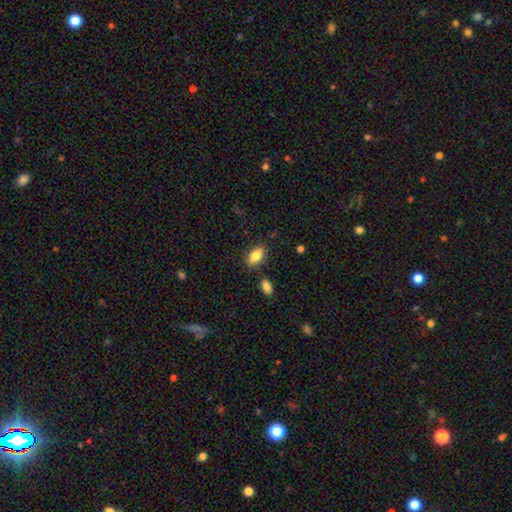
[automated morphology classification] A smooth galaxy with no disk features (84%) that is in between round and cigar-shaped (90%).

Vote fractions:
- Smooth or featured? smooth: 84% / featured or disk: 9% / star or artifact: 7%
- How rounded? in between: 90% / cigar-shaped: 5% / round: 5%
- Merging? none: 82% / minor disturbance: 11% / merger: 4% / major disturbance: 3%